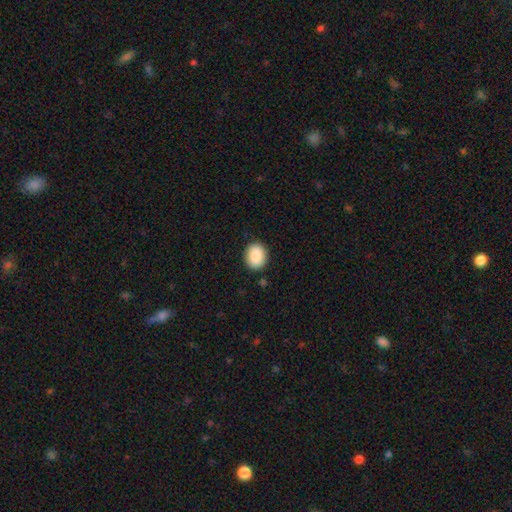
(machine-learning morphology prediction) Smooth or featured?
  - smooth: 87% *
  - star or artifact: 7%
  - featured or disk: 6%
How rounded?
  - round: 58% *
  - in between: 41%
  - cigar-shaped: 1%
Merging?
  - none: 87% *
  - minor disturbance: 9%
  - major disturbance: 2%
  - merger: 1%